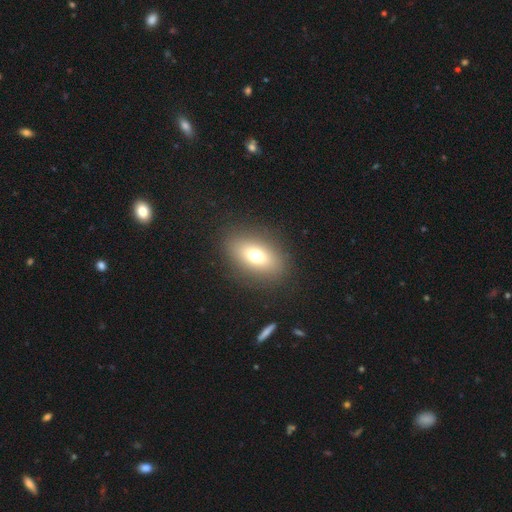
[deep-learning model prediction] smooth 70%, featured or disk 18%, star or artifact 12%. Down the decision tree: how rounded — in between (80%); merging — none (87%).